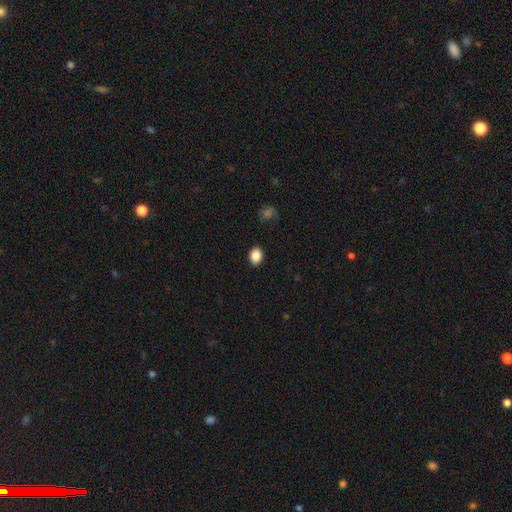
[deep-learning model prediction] smooth_or_featured: smooth (p=0.87) [alt: star or artifact p=0.09]
how_rounded: in between (p=0.54) [alt: round p=0.45]
merging: none (p=0.90) [alt: minor disturbance p=0.07]